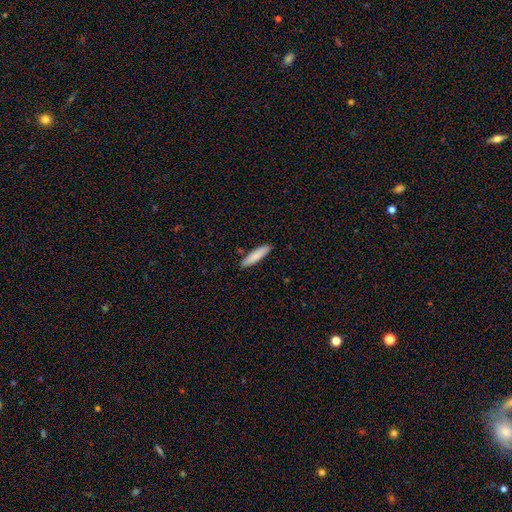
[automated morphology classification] A smooth galaxy with no disk features (85%) that is cigar-shaped (78%). Merging: none (88%).